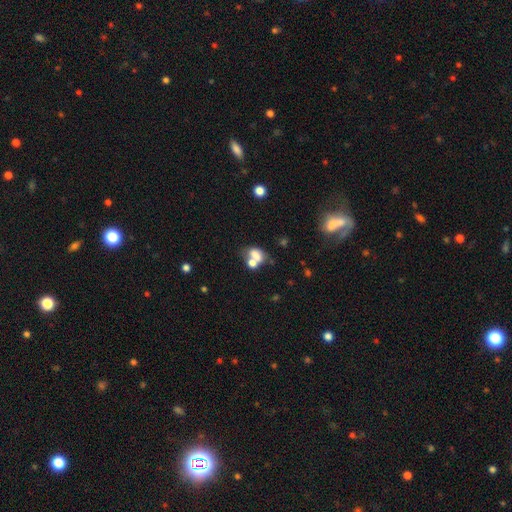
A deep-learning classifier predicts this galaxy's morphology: smooth 67%, featured or disk 21%, star or artifact 13%. Down the decision tree: how rounded — in between (71%); merging — merger (54%).